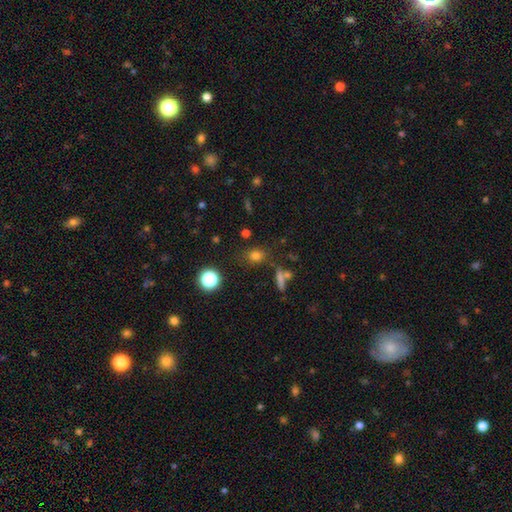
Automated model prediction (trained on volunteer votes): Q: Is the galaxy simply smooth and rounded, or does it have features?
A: smooth — 74%.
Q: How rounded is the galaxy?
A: round — 66%.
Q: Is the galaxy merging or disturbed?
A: none — 79%.